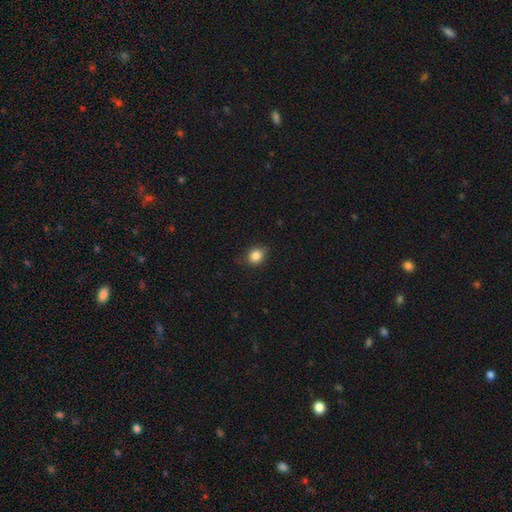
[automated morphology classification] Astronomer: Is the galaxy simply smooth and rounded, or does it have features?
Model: smooth — 84%.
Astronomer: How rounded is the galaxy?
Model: round — 60% (runner-up: in between, 39%).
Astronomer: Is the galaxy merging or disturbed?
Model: none — 77%.